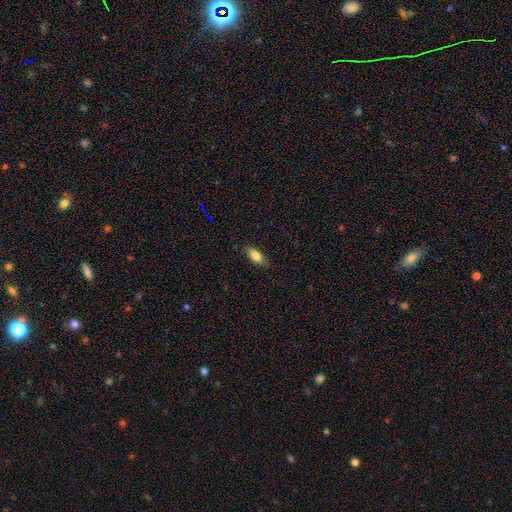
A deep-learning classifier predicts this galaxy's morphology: smooth 82%, featured or disk 10%, star or artifact 7%. Down the decision tree: how rounded — in between (83%); merging — none (83%).